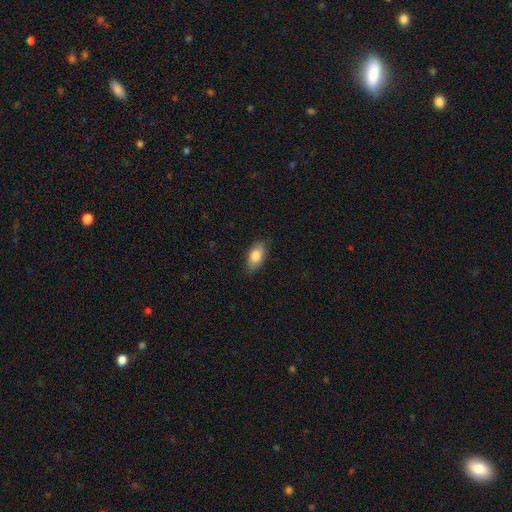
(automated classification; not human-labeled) smooth-or-featured: smooth: 82% | featured or disk: 11% | star or artifact: 7%
  how-rounded: in between: 89% | cigar-shaped: 6% | round: 4%
  merging: none: 83% | minor disturbance: 13% | major disturbance: 3% | merger: 1%